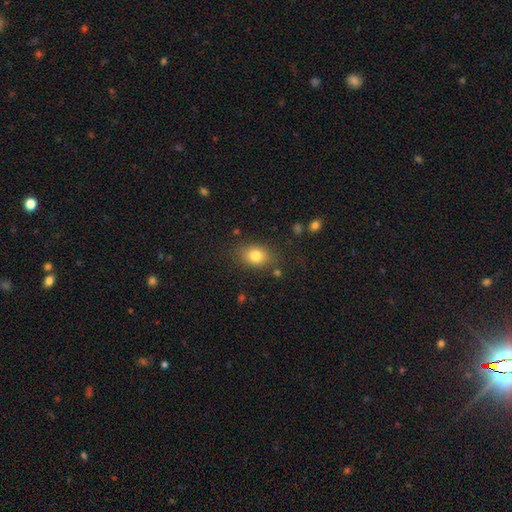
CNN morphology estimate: A smooth galaxy with no disk features (81%) that is in between round and cigar-shaped (64%).

Vote fractions:
- Smooth or featured? smooth: 81% / star or artifact: 10% / featured or disk: 9%
- How rounded? in between: 64% / round: 35% / cigar-shaped: 1%
- Merging? none: 81% / minor disturbance: 12% / major disturbance: 4% / merger: 2%